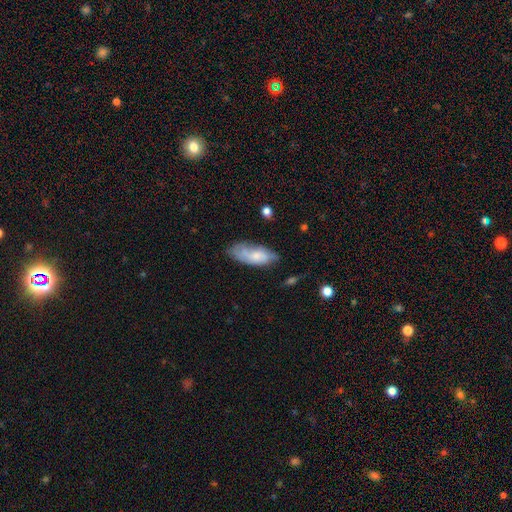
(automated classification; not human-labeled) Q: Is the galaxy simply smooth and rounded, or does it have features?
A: smooth — 59%.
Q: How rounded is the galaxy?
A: in between — 80%.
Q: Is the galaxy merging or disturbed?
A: none — 57%.